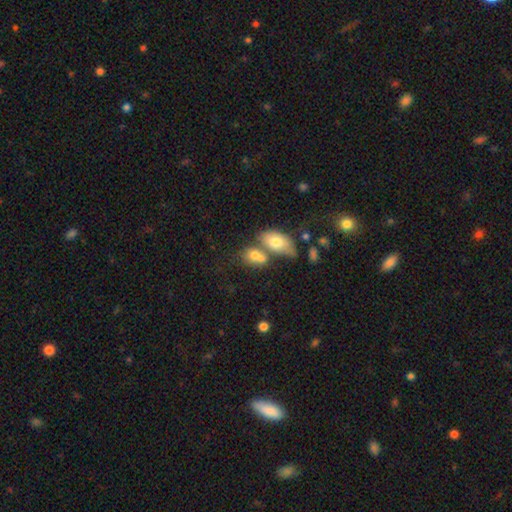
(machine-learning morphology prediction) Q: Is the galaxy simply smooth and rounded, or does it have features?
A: smooth — 74%.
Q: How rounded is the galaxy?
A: in between — 77%.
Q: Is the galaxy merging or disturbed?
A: merger — 55%.